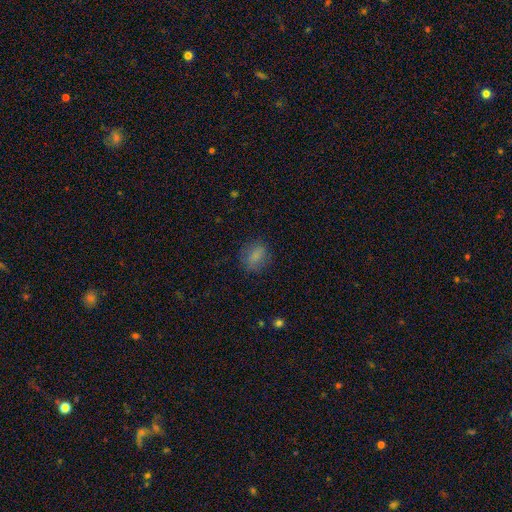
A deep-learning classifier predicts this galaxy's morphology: Overall: smooth (79%). How rounded: round (53%; in between 45%). Merging: none (78%).